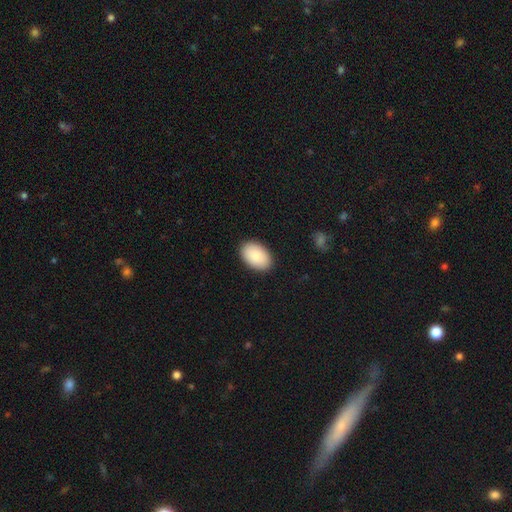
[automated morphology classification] smooth_or_featured: smooth (p=0.87) [alt: featured or disk p=0.07]
how_rounded: in between (p=0.91) [alt: round p=0.08]
merging: none (p=0.90) [alt: minor disturbance p=0.08]